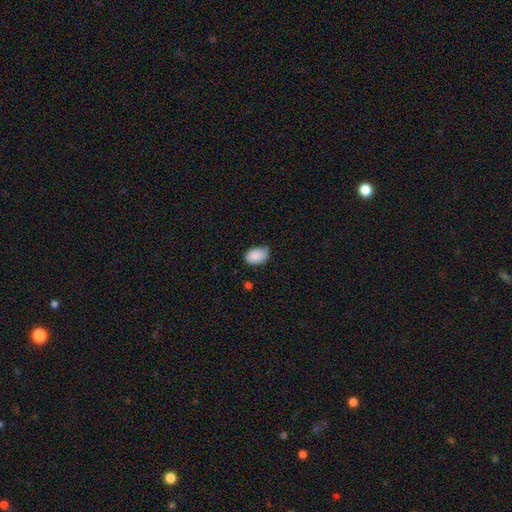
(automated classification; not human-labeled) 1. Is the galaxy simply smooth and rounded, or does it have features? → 88% smooth, 8% star or artifact, 4% featured or disk.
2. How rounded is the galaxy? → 87% in between, 12% round, 1% cigar-shaped.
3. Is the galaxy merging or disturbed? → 54% none, 38% minor disturbance, 6% major disturbance, 2% merger.